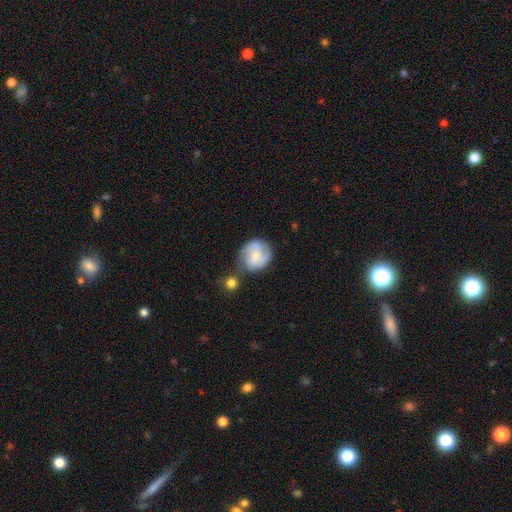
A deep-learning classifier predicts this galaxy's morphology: Overall: featured or disk (51%; smooth 42%). Edge-on disk: no (97%). Merging: none (56%; minor disturbance 21%).